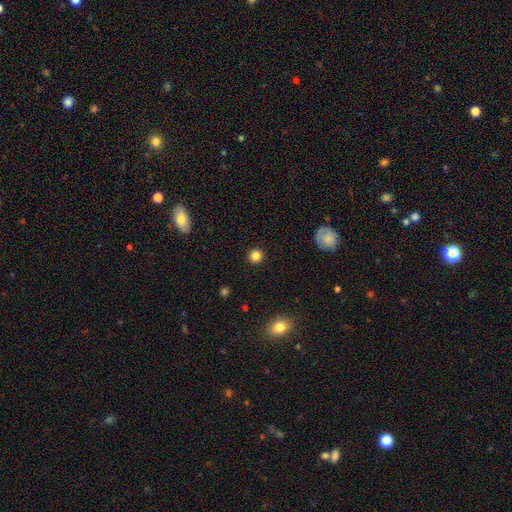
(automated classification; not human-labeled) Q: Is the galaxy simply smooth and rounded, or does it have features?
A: smooth — 84%.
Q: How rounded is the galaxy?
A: round — 95%.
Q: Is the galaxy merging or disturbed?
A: none — 92%.